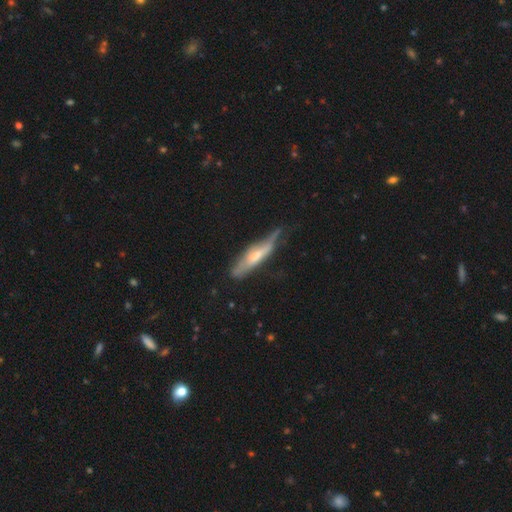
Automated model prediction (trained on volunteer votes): Smooth or featured? Predicted: featured or disk (p=0.57). Edge-on disk? Predicted: yes (p=0.78). Merging? Predicted: none (p=0.50).